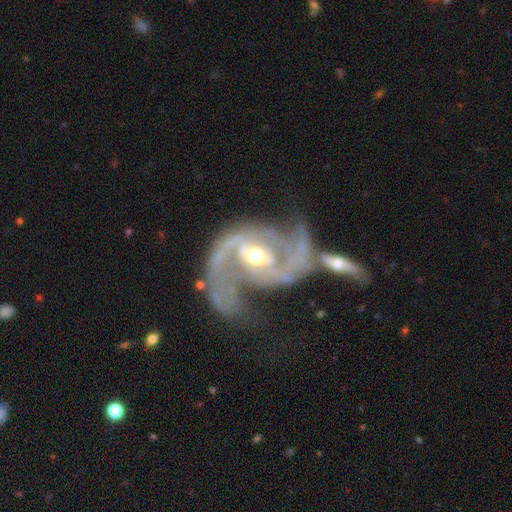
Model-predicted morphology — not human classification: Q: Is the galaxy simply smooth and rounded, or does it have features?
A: featured or disk — 91%.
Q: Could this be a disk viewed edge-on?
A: no — 97%.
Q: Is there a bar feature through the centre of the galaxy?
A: weak — 40%.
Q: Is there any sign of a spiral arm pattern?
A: yes — 96%.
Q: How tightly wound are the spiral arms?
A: medium — 46%.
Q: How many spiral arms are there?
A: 2 — 76%.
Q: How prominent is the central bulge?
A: moderate — 67%.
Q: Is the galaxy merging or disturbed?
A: major disturbance — 29%.